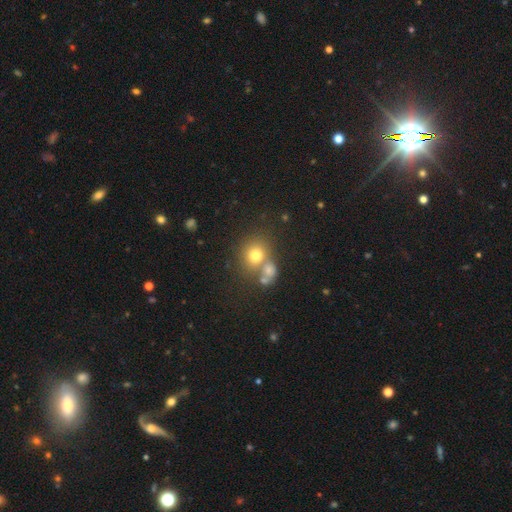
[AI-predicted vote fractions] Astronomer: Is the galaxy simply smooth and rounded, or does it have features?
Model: smooth — 72%.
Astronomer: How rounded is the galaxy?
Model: round — 75%.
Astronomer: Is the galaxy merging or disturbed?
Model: none — 50% (runner-up: merger, 35%).